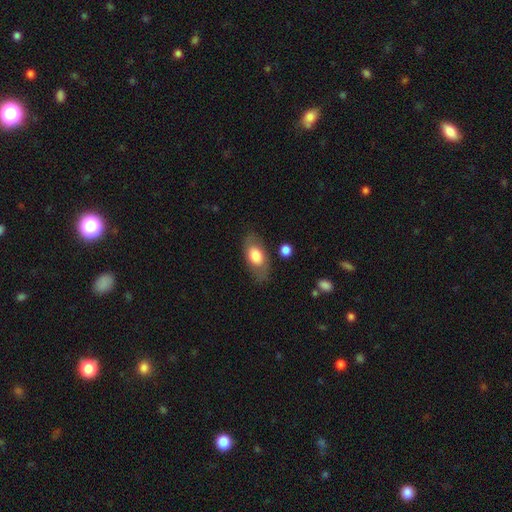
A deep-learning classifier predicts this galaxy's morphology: smooth_or_featured: smooth (p=0.69) [alt: featured or disk p=0.25]
how_rounded: in between (p=0.89) [alt: round p=0.07]
merging: none (p=0.76) [alt: minor disturbance p=0.15]